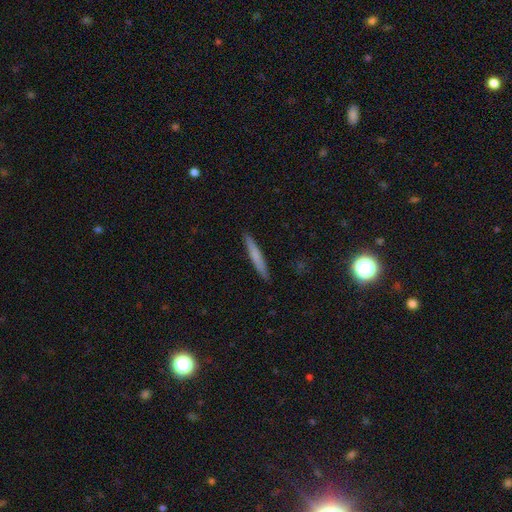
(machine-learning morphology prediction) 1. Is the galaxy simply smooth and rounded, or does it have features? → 65% smooth, 29% featured or disk, 6% star or artifact.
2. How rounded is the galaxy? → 96% cigar-shaped, 3% in between, 1% round.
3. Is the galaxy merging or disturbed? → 91% none, 7% minor disturbance, 1% major disturbance, 1% merger.